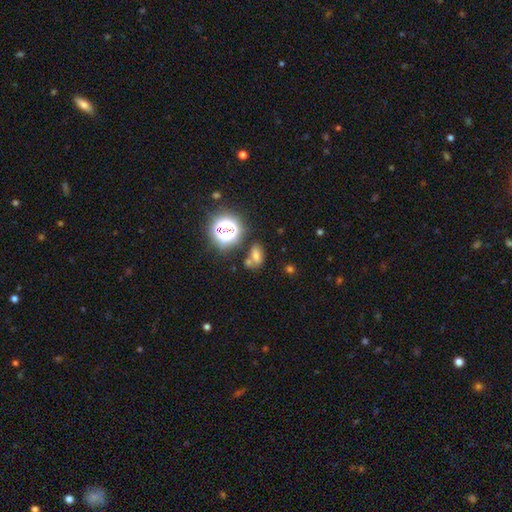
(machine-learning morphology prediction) This appears to be a smooth galaxy with no disk features (60%) that is in between round and cigar-shaped (78%). Merging: none (59%).